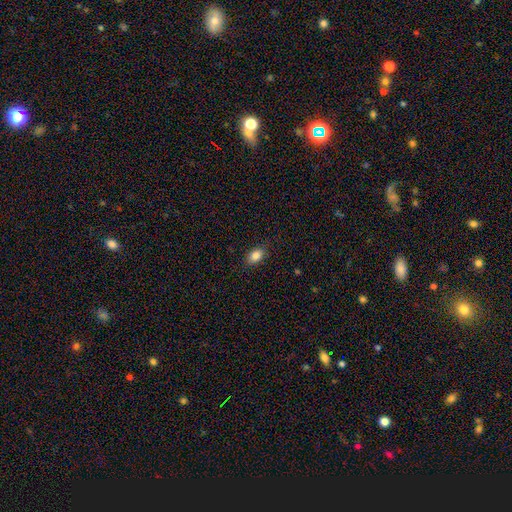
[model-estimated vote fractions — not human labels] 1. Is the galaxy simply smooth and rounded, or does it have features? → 85% smooth, 9% star or artifact, 6% featured or disk.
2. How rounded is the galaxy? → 88% in between, 10% round, 2% cigar-shaped.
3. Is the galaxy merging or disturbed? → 87% none, 9% minor disturbance, 2% major disturbance, 1% merger.